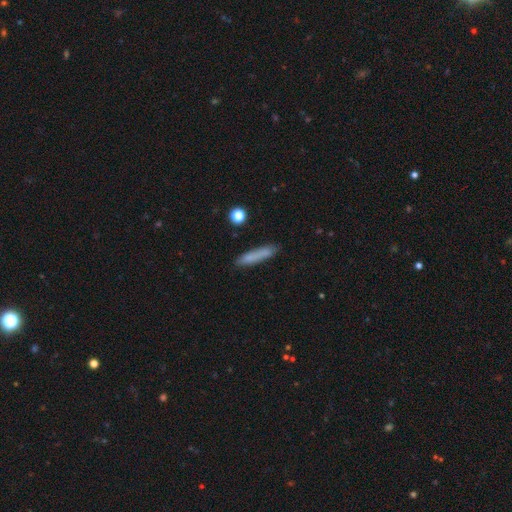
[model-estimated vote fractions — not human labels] A smooth galaxy with no disk features (75%) that is cigar-shaped (90%).

Vote fractions:
- Smooth or featured? smooth: 75% / featured or disk: 16% / star or artifact: 9%
- How rounded? cigar-shaped: 90% / in between: 9% / round: 2%
- Merging? none: 81% / minor disturbance: 13% / major disturbance: 3% / merger: 3%